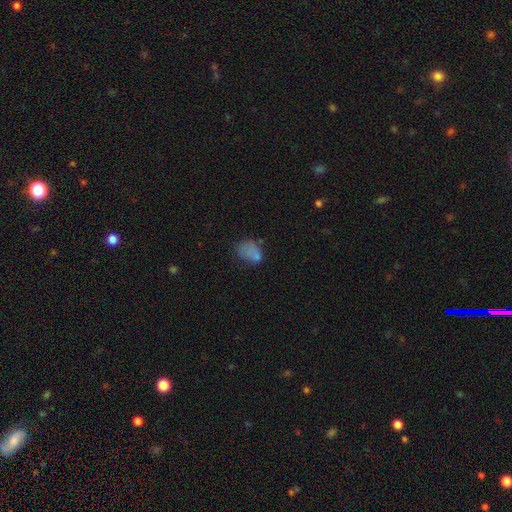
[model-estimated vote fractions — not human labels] A smooth galaxy with no disk features (70%) that is in between round and cigar-shaped (74%). Merging: none (43%).